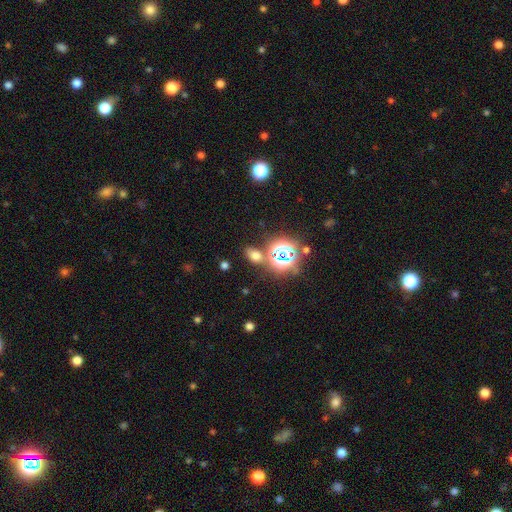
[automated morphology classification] smooth-or-featured: smooth: 56% | star or artifact: 35% | featured or disk: 9%
  how-rounded: in between: 69% | round: 29% | cigar-shaped: 2%
  merging: none: 75% | minor disturbance: 11% | merger: 10% | major disturbance: 4%